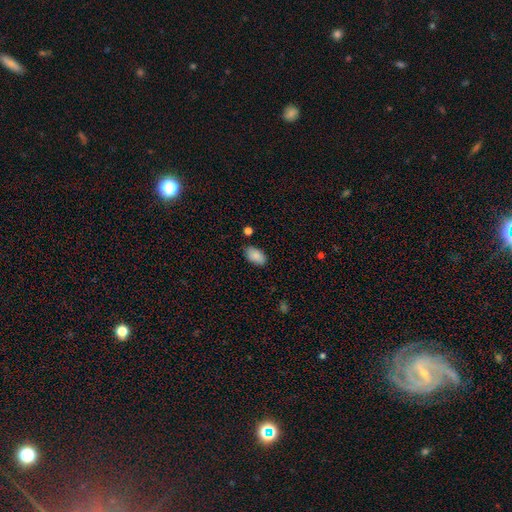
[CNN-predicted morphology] A smooth galaxy with no disk features (88%) that is in between round and cigar-shaped (93%).

Vote fractions:
- Smooth or featured? smooth: 88% / star or artifact: 7% / featured or disk: 5%
- How rounded? in between: 93% / round: 5% / cigar-shaped: 2%
- Merging? none: 81% / minor disturbance: 13% / major disturbance: 3% / merger: 3%